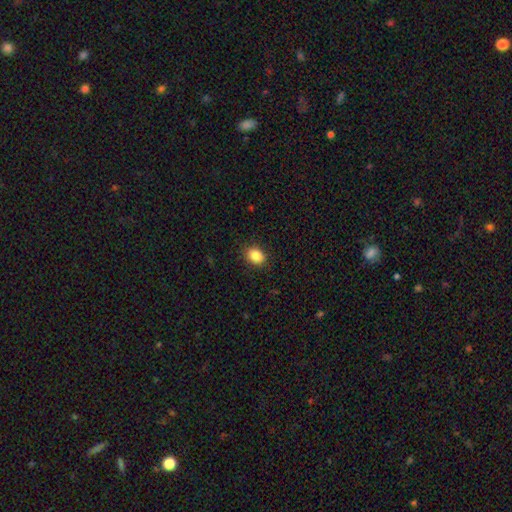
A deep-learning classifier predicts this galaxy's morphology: This is clearly a smooth galaxy (88%). How rounded: likely in between (64%). Merging: clearly none (87%).